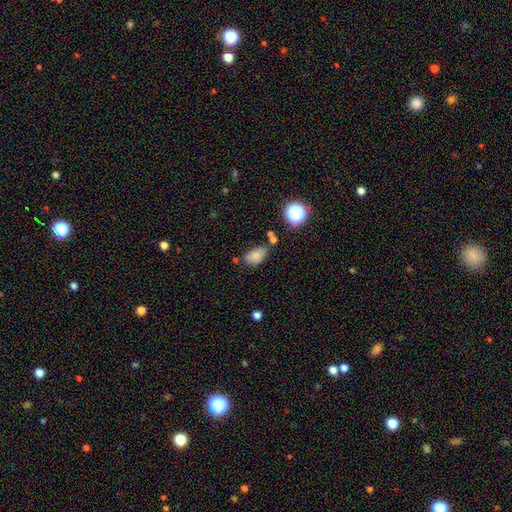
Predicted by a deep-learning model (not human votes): smooth 75%, star or artifact 13%, featured or disk 12%. Down the decision tree: how rounded — in between (87%); merging — none (58%).